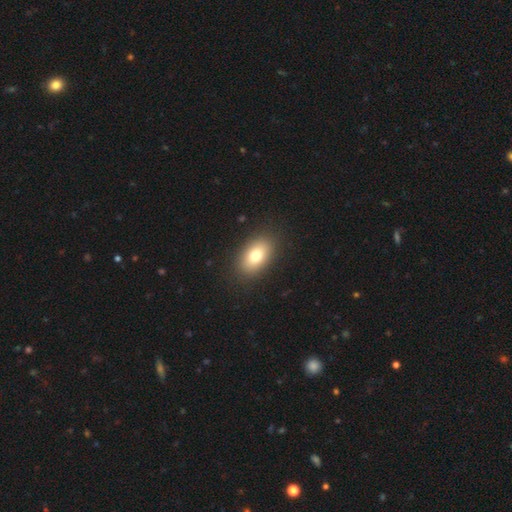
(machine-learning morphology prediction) smooth-or-featured: smooth: 77% | featured or disk: 14% | star or artifact: 9%
  how-rounded: in between: 89% | round: 10% | cigar-shaped: 2%
  merging: none: 88% | minor disturbance: 8% | major disturbance: 3% | merger: 1%